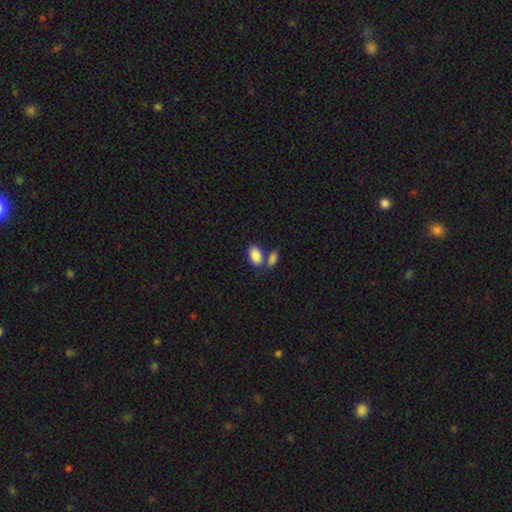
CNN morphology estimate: This appears to be a smooth galaxy with no disk features (87%) that is in between round and cigar-shaped (92%). Merging: none (44%).